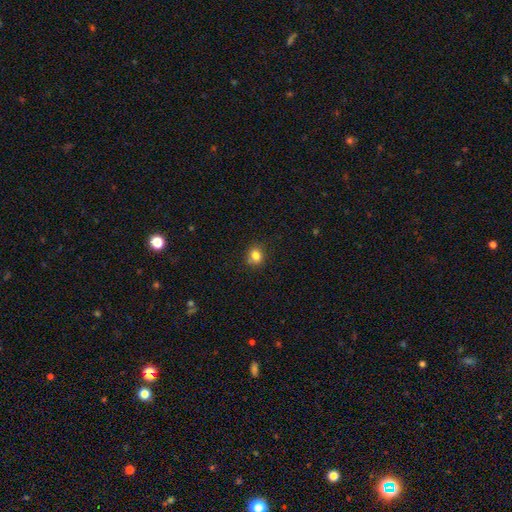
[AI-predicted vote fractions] smooth 82%, star or artifact 12%, featured or disk 6%. Down the decision tree: how rounded — round (65%); merging — none (80%).